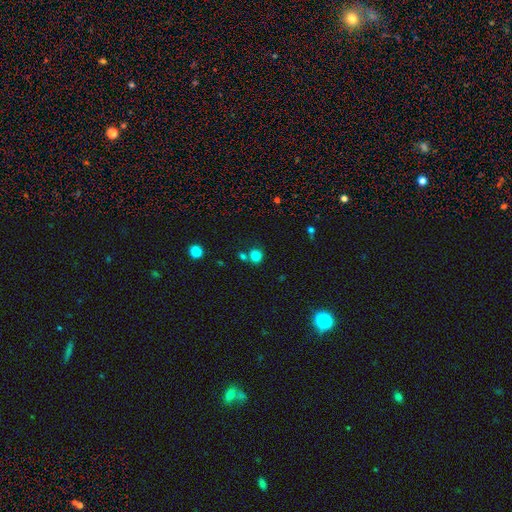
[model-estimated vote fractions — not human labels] The model was most divided on "merging": none: 66%, merger: 21%, minor disturbance: 10%, major disturbance: 4%. More confident: how rounded — round (82%); smooth or featured — smooth (81%).